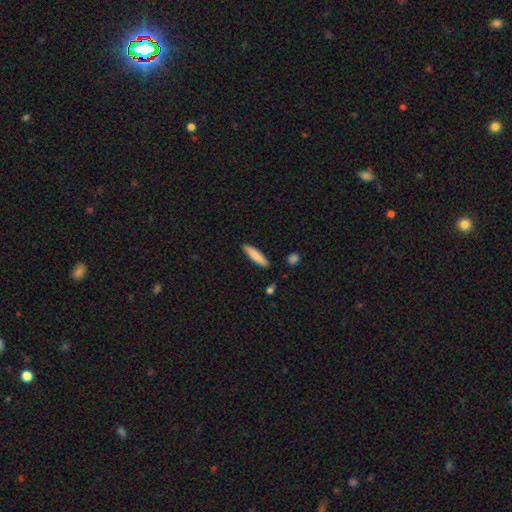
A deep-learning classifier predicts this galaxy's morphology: Smooth or featured: smooth — 84% (featured or disk — 10%)
How rounded: cigar-shaped — 76% (in between — 23%)
Merging: none — 88% (minor disturbance — 8%)